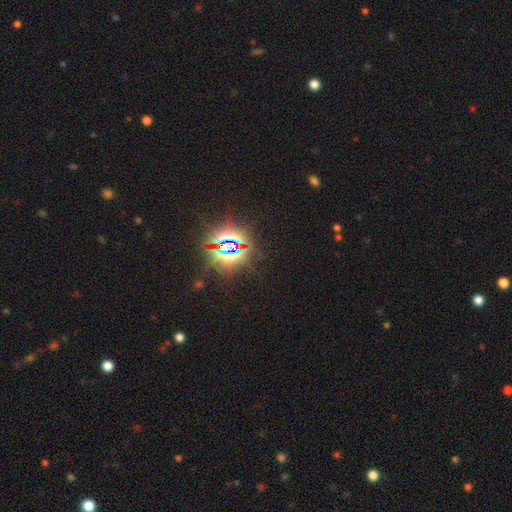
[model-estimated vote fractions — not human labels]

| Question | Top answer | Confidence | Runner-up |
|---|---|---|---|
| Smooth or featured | star or artifact | 87% | smooth (8%) |